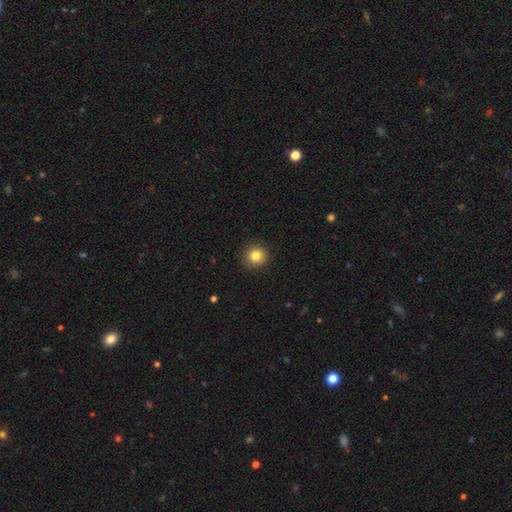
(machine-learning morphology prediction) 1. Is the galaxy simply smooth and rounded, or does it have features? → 82% smooth, 11% star or artifact, 7% featured or disk.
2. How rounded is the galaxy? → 94% round, 5% in between, 1% cigar-shaped.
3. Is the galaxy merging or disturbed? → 91% none, 6% minor disturbance, 2% major disturbance, 1% merger.